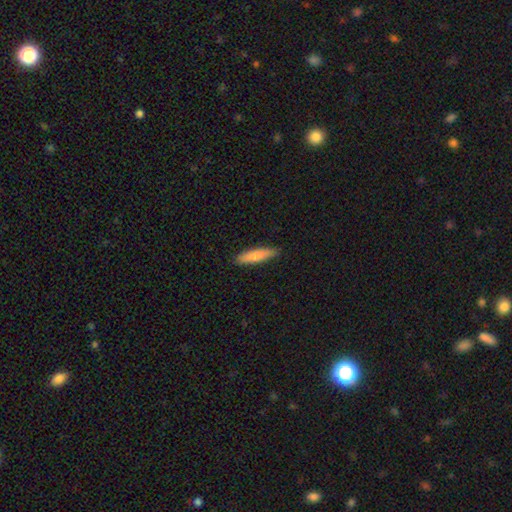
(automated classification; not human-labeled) Smooth or featured?
  - smooth: 77% *
  - featured or disk: 17%
  - star or artifact: 6%
How rounded?
  - cigar-shaped: 78% *
  - in between: 21%
  - round: 2%
Merging?
  - none: 88% *
  - minor disturbance: 9%
  - major disturbance: 2%
  - merger: 1%